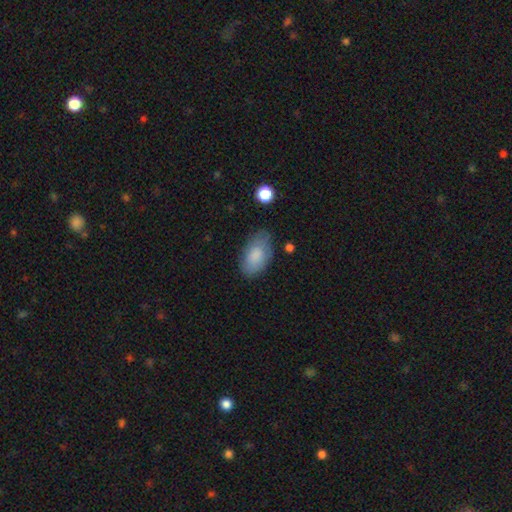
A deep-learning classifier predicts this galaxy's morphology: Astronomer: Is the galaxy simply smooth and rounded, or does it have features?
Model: smooth — 83%.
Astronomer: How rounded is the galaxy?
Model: in between — 94%.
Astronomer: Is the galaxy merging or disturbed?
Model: none — 71%.